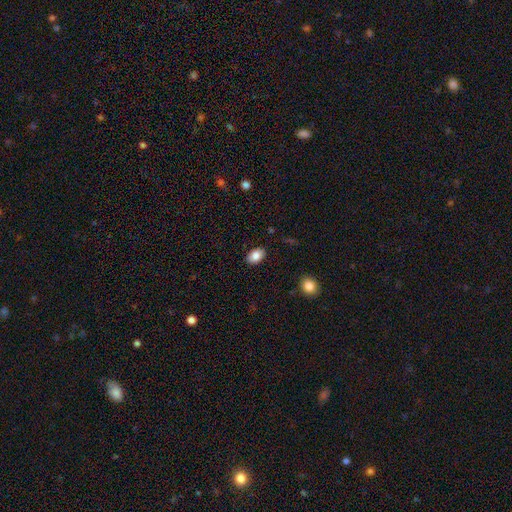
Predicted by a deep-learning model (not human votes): Smooth or featured: smooth — 86% (star or artifact — 8%)
How rounded: in between — 87% (round — 12%)
Merging: none — 88% (minor disturbance — 9%)